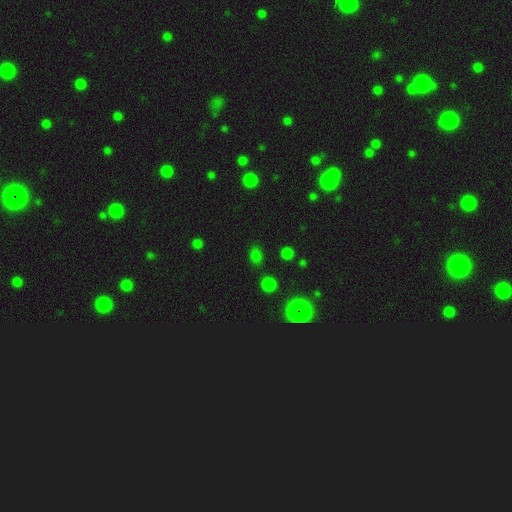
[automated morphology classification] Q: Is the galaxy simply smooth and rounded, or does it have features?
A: smooth — 65%.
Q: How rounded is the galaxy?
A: round — 56%.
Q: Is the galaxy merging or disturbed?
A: none — 80%.